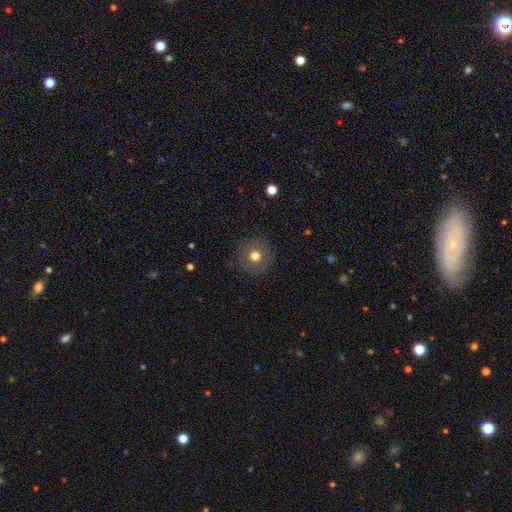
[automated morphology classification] smooth 67%, featured or disk 23%, star or artifact 10%. Down the decision tree: how rounded — round (94%); merging — none (88%).